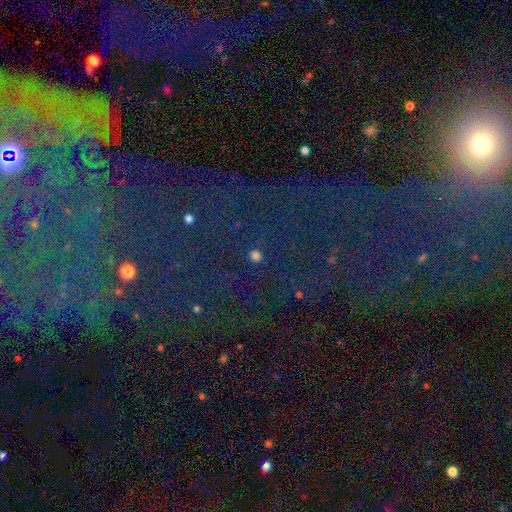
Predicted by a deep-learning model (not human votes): smooth-or-featured: smooth: 51% | star or artifact: 43% | featured or disk: 6%
  how-rounded: round: 86% | in between: 13% | cigar-shaped: 2%
  merging: none: 84% | minor disturbance: 9% | major disturbance: 4% | merger: 4%